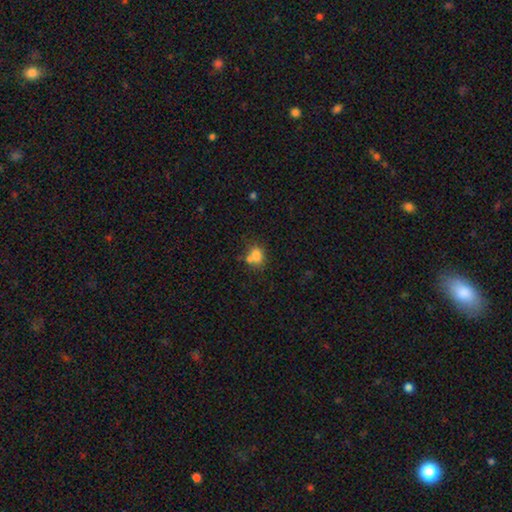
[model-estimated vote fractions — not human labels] A smooth galaxy with no disk features (78%) that is round (56%).

Vote fractions:
- Smooth or featured? smooth: 78% / star or artifact: 12% / featured or disk: 10%
- How rounded? round: 56% / in between: 43% / cigar-shaped: 1%
- Merging? none: 50% / merger: 29% / minor disturbance: 15% / major disturbance: 5%